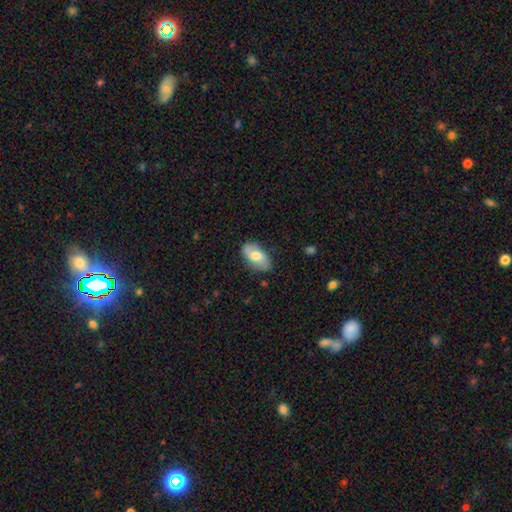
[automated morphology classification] smooth_or_featured: smooth (p=0.61) [alt: featured or disk p=0.33]
how_rounded: in between (p=0.93) [alt: round p=0.04]
merging: none (p=0.79) [alt: minor disturbance p=0.16]